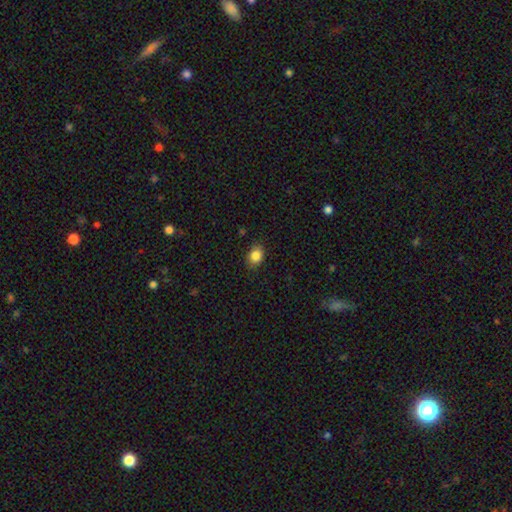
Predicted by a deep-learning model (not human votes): Smooth or featured? Predicted: smooth (p=0.85). How rounded? Predicted: in between (p=0.59). Merging? Predicted: none (p=0.85).